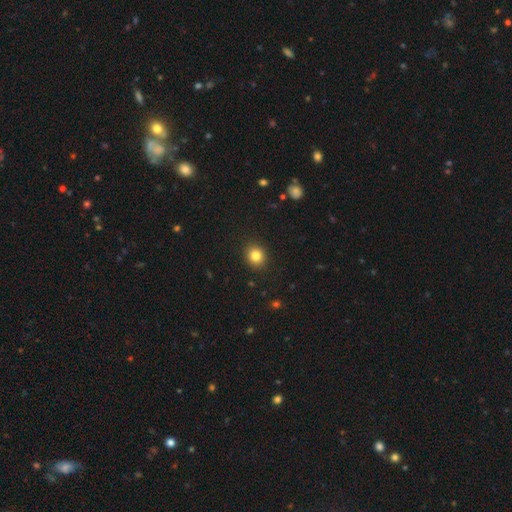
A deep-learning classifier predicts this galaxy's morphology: A smooth galaxy with no disk features (83%) that is round (78%).

Vote fractions:
- Smooth or featured? smooth: 83% / star or artifact: 11% / featured or disk: 6%
- How rounded? round: 78% / in between: 21% / cigar-shaped: 1%
- Merging? none: 91% / minor disturbance: 6% / major disturbance: 2% / merger: 1%